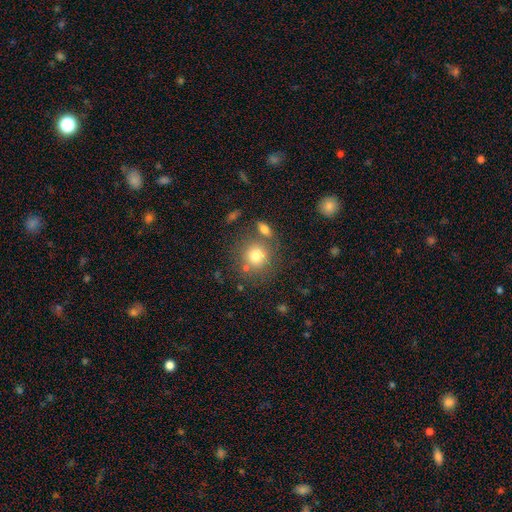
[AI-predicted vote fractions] A smooth galaxy with no disk features (77%) that is round (89%).

Vote fractions:
- Smooth or featured? smooth: 77% / featured or disk: 12% / star or artifact: 11%
- How rounded? round: 89% / in between: 10% / cigar-shaped: 1%
- Merging? none: 70% / merger: 15% / minor disturbance: 11% / major disturbance: 4%